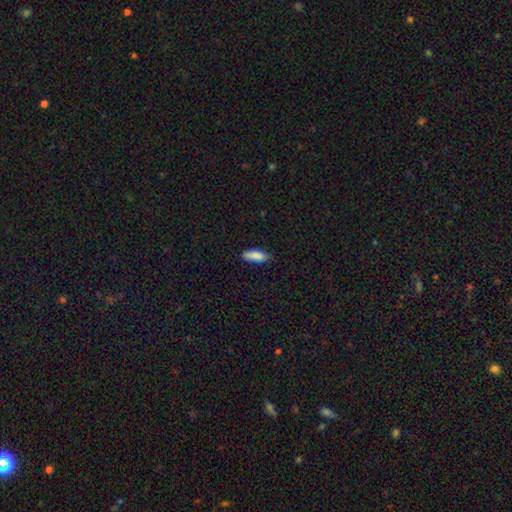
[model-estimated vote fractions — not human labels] A smooth galaxy with no disk features (88%) that is in between round and cigar-shaped (68%). Merging: none (81%).